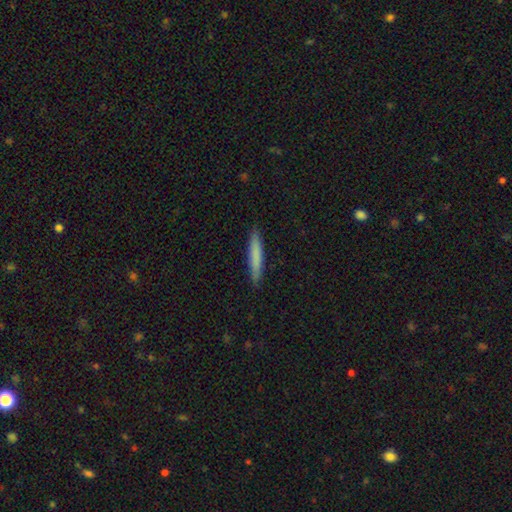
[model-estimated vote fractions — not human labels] Smooth or featured?
  - smooth: 76% *
  - featured or disk: 19%
  - star or artifact: 6%
How rounded?
  - cigar-shaped: 95% *
  - in between: 4%
  - round: 1%
Merging?
  - none: 90% *
  - minor disturbance: 7%
  - major disturbance: 1%
  - merger: 1%